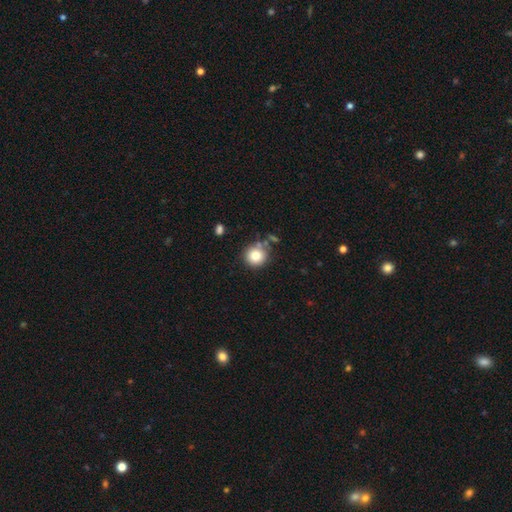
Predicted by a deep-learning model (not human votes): A smooth galaxy with no disk features (80%) that is round (92%). Merging: none (73%).